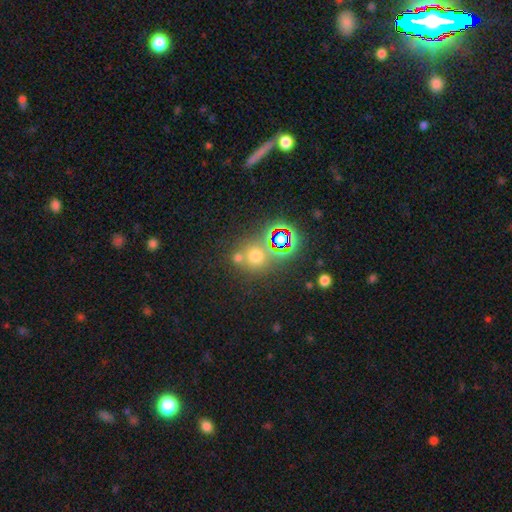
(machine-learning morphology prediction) This appears to be a smooth galaxy with no disk features (57%) that is round (87%). Merging: none (62%).